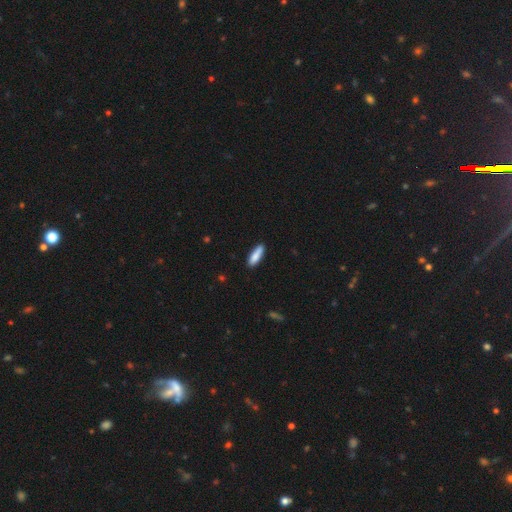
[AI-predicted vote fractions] Q: Smooth or featured?
A: smooth (85%); runner-up: featured or disk (9%)
Q: How rounded?
A: cigar-shaped (58%); runner-up: in between (40%)
Q: Merging?
A: none (81%); runner-up: minor disturbance (14%)